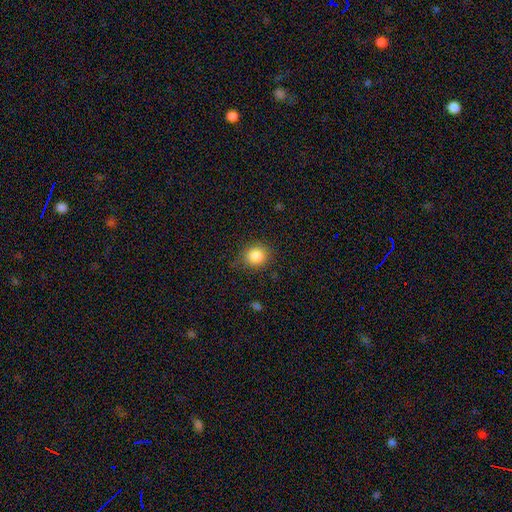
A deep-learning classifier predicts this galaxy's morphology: type=smooth (85%); roundness=round (79%); merging=none (82%).